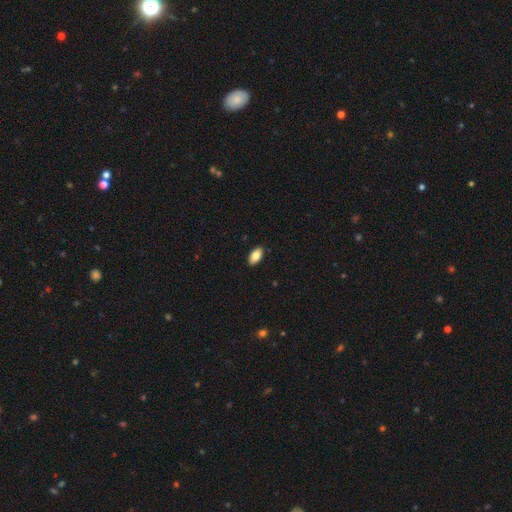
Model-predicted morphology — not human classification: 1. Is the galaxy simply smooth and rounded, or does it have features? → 81% smooth, 12% featured or disk, 7% star or artifact.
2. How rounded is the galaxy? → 93% in between, 4% cigar-shaped, 3% round.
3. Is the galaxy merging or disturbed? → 90% none, 8% minor disturbance, 2% major disturbance, 1% merger.